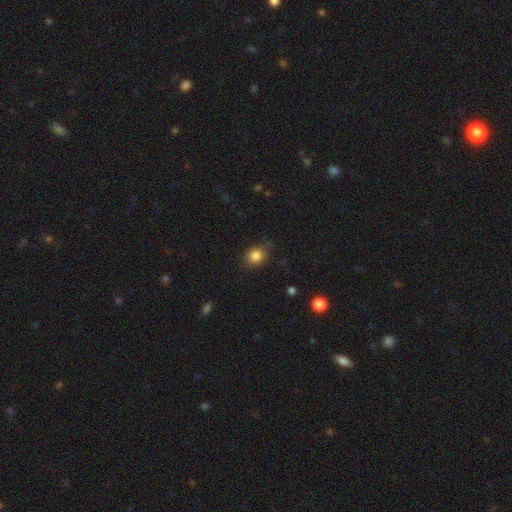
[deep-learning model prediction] smooth-or-featured: smooth: 85% | star or artifact: 10% | featured or disk: 5%
  how-rounded: round: 55% | in between: 44% | cigar-shaped: 1%
  merging: none: 81% | minor disturbance: 15% | major disturbance: 4% | merger: 1%